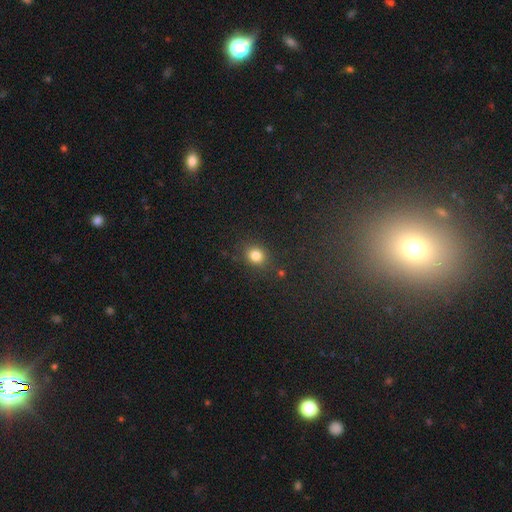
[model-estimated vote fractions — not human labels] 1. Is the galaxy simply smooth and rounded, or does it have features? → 82% smooth, 13% star or artifact, 5% featured or disk.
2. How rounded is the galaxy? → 73% round, 26% in between, 1% cigar-shaped.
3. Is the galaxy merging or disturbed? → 82% none, 10% minor disturbance, 4% major disturbance, 3% merger.